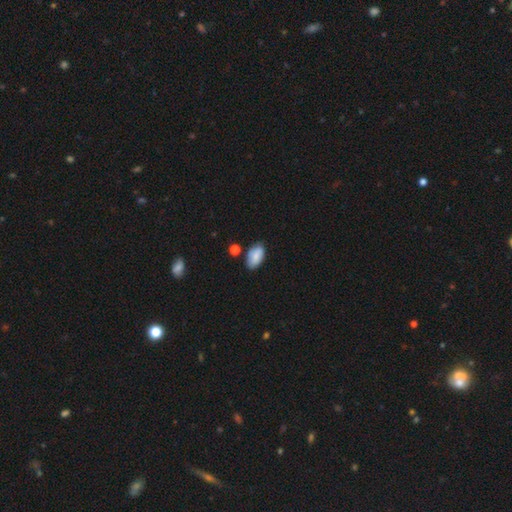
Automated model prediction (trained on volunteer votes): This is clearly a smooth galaxy (82%). How rounded: clearly in between (93%). Merging: likely none (70%).